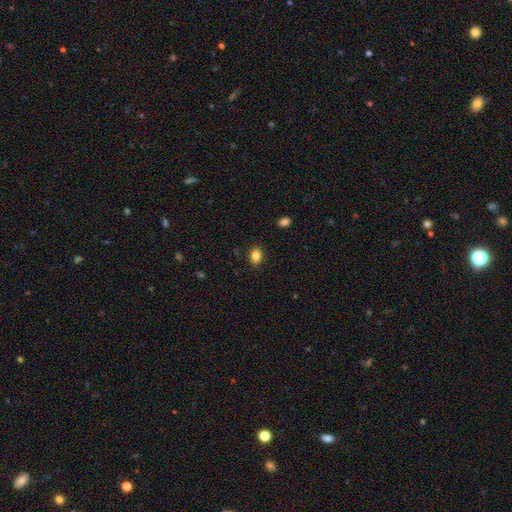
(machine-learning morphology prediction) Q: Smooth or featured?
A: smooth (85%); runner-up: star or artifact (10%)
Q: How rounded?
A: in between (72%); runner-up: round (27%)
Q: Merging?
A: none (88%); runner-up: minor disturbance (8%)